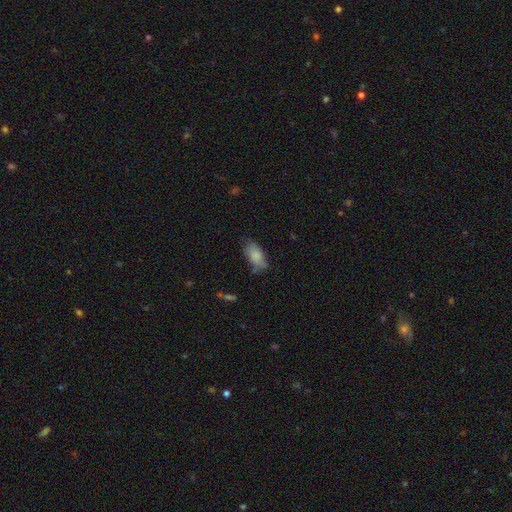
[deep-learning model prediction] smooth 84%, featured or disk 9%, star or artifact 7%. Down the decision tree: how rounded — in between (90%); merging — none (64%).